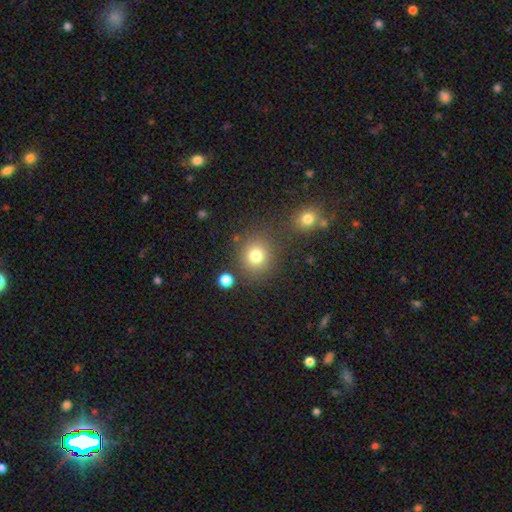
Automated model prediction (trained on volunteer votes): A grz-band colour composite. It shows a smooth galaxy with no disk features (79%) that is round (87%). Merging: none (80%).